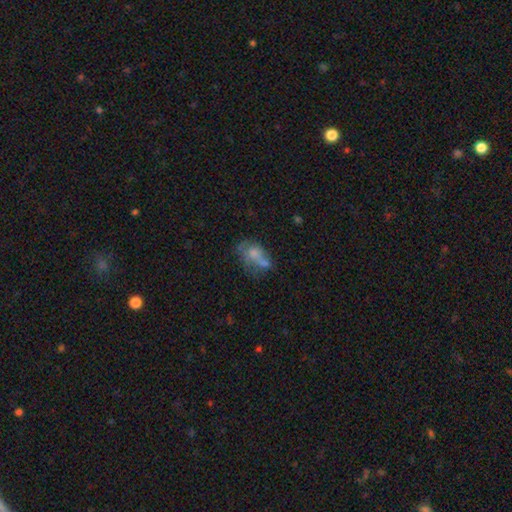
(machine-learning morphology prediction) smooth-or-featured: smooth: 54% | featured or disk: 33% | star or artifact: 14%
  how-rounded: in between: 74% | round: 23% | cigar-shaped: 3%
  merging: merger: 35% | none: 28% | major disturbance: 19% | minor disturbance: 18%